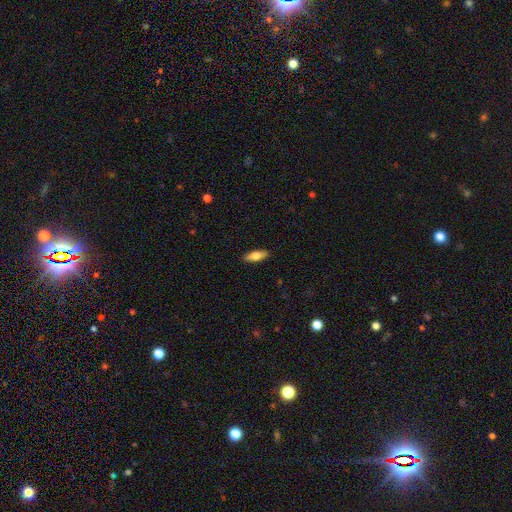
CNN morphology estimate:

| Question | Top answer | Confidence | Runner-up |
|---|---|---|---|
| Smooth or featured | smooth | 69% | featured or disk (25%) |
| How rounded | in between | 63% | cigar-shaped (34%) |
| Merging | none | 90% | minor disturbance (7%) |